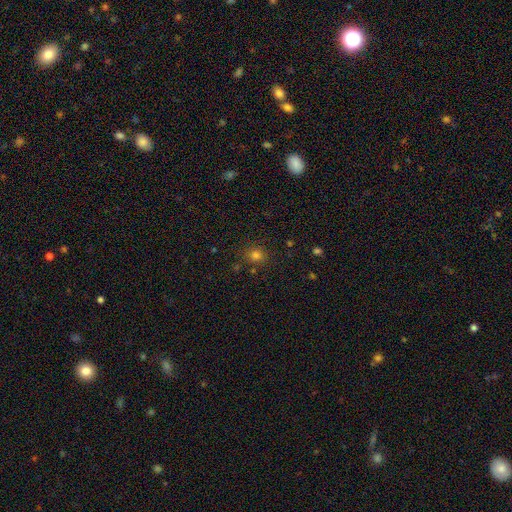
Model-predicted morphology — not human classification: A smooth galaxy with no disk features (77%) that is round (83%).

Vote fractions:
- Smooth or featured? smooth: 77% / star or artifact: 18% / featured or disk: 5%
- How rounded? round: 83% / in between: 16% / cigar-shaped: 1%
- Merging? none: 84% / minor disturbance: 10% / merger: 3% / major disturbance: 3%